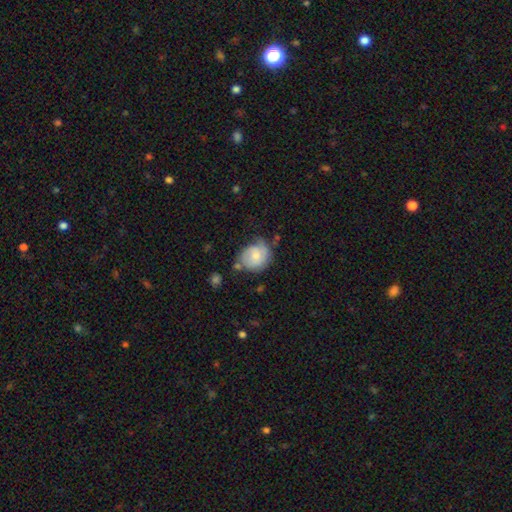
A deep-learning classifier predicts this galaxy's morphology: Smooth or featured? Predicted: smooth (p=0.48). Merging? Predicted: none (p=0.50).